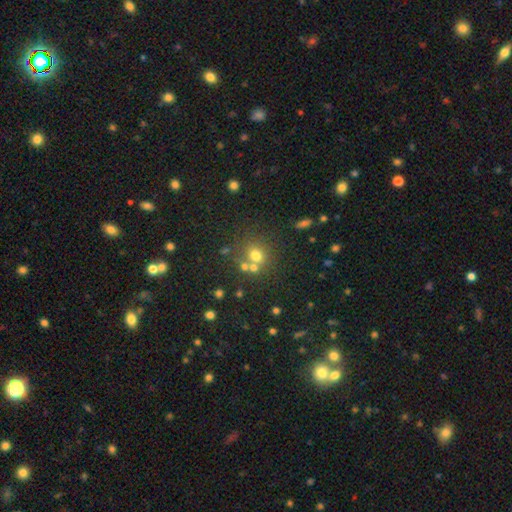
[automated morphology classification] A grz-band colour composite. It shows a smooth galaxy with no disk features (67%) that is round (81%). Merging: none (60%).